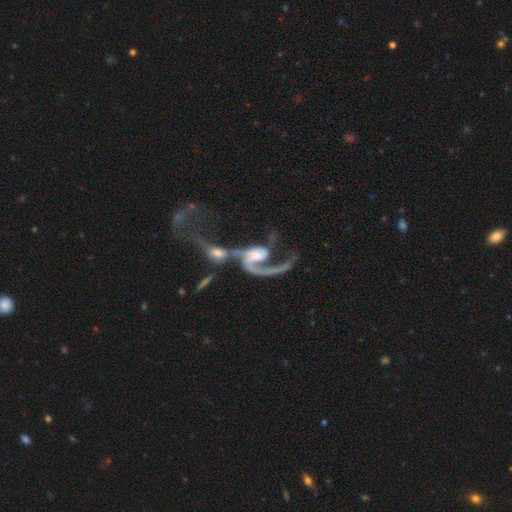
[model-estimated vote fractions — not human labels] Q: Smooth or featured?
A: featured or disk (86%); runner-up: smooth (8%)
Q: Edge-on disk?
A: no (97%); runner-up: yes (3%)
Q: Bar?
A: no (52%); runner-up: weak (34%)
Q: Spiral arms?
A: yes (93%); runner-up: no (7%)
Q: Spiral winding?
A: loose (58%); runner-up: medium (31%)
Q: Spiral arm count?
A: 2 (46%); runner-up: 1 (45%)
Q: Bulge size?
A: moderate (49%); runner-up: small (34%)
Q: Merging?
A: merger (65%); runner-up: major disturbance (17%)